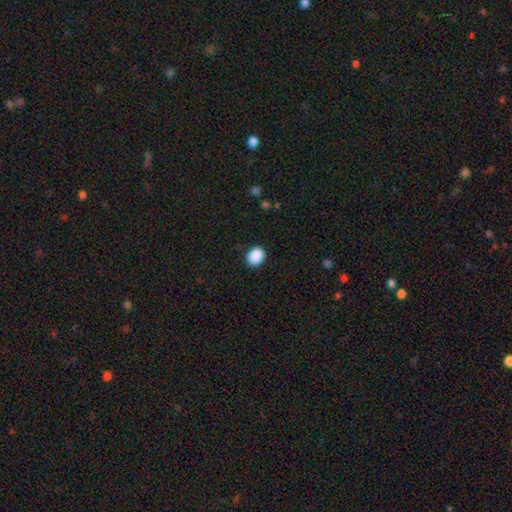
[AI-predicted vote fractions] A smooth galaxy with no disk features (90%) that is in between round and cigar-shaped (54%).

Vote fractions:
- Smooth or featured? smooth: 90% / star or artifact: 8% / featured or disk: 2%
- How rounded? in between: 54% / round: 45% / cigar-shaped: 1%
- Merging? none: 89% / minor disturbance: 8% / major disturbance: 2% / merger: 1%